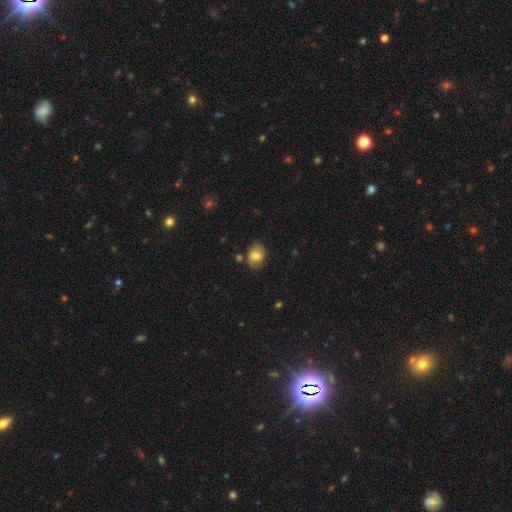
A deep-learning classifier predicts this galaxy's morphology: smooth-or-featured: smooth: 66% | featured or disk: 25% | star or artifact: 9%
  how-rounded: in between: 72% | round: 26% | cigar-shaped: 1%
  merging: none: 74% | minor disturbance: 18% | major disturbance: 4% | merger: 4%